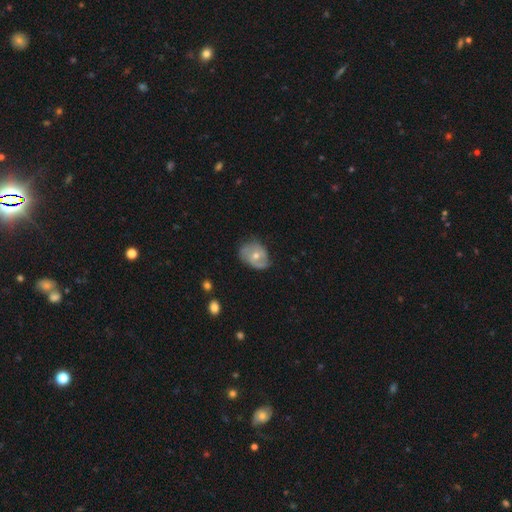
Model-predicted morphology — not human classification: A featured or disk galaxy (54%) with no bar (73%), spiral arms (68%) and a moderate central bulge (60%). Merging: none (55%).